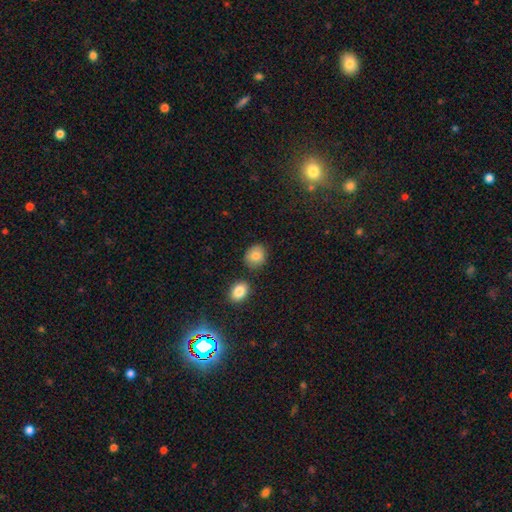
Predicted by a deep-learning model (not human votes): The model was most divided on "how rounded": round: 66%, in between: 33%, cigar-shaped: 1%. More confident: smooth or featured — smooth (83%); merging — none (78%).